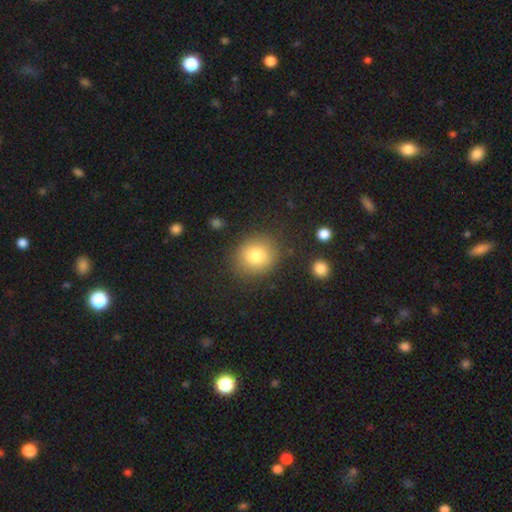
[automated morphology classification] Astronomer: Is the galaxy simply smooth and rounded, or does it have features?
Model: smooth — 80%.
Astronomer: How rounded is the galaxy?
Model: round — 76%.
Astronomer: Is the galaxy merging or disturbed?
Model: none — 85%.